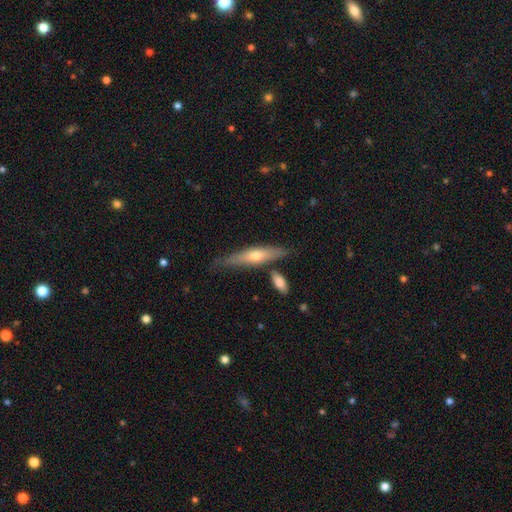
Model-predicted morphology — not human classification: This appears to be a featured or disk galaxy (51%) viewed edge-on (86%). Merging: none (71%).